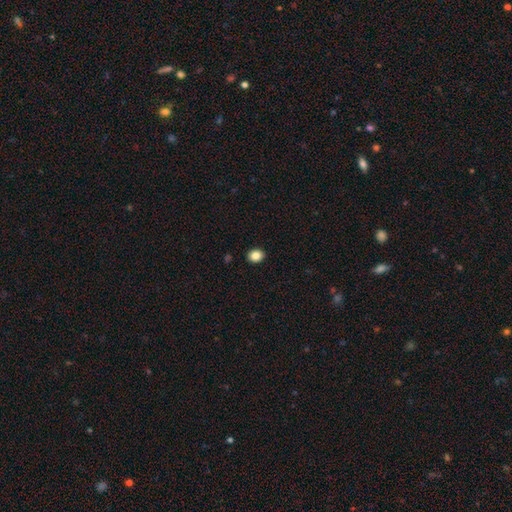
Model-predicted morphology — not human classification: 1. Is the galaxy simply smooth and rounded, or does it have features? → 85% smooth, 9% star or artifact, 5% featured or disk.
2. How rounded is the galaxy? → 53% round, 46% in between, 1% cigar-shaped.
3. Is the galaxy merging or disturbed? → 91% none, 6% minor disturbance, 2% major disturbance, 1% merger.